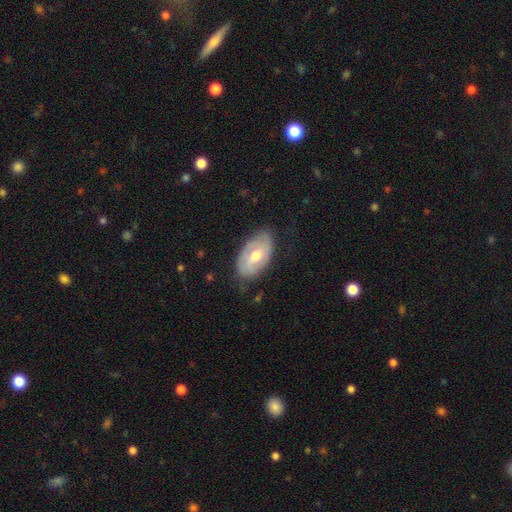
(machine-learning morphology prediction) type=featured or disk (52%); edge-on=no (91%); merging=none (70%).